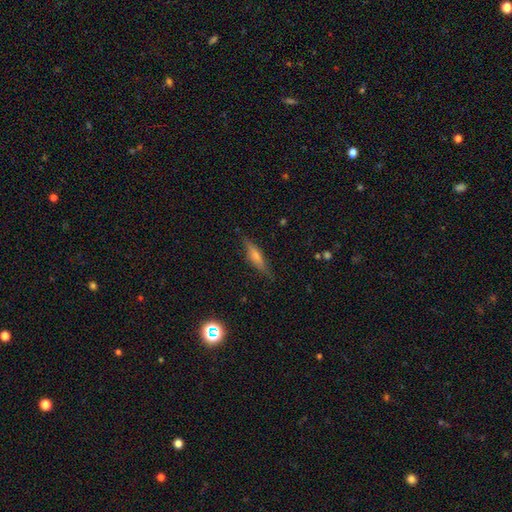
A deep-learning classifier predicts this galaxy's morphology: A featured or disk galaxy (51%) viewed edge-on (91%).

Vote fractions:
- Smooth or featured? featured or disk: 51% / smooth: 37% / star or artifact: 11%
- Edge-on disk? yes: 91% / no: 9%
- Merging? none: 84% / minor disturbance: 12% / major disturbance: 3% / merger: 1%